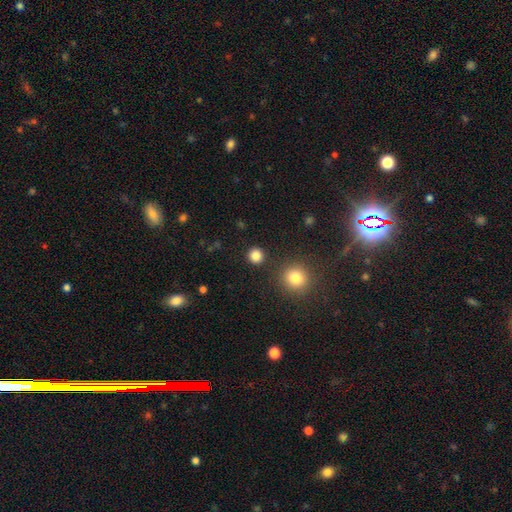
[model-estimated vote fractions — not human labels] smooth 84%, star or artifact 13%, featured or disk 3%. Down the decision tree: how rounded — round (92%); merging — none (90%).